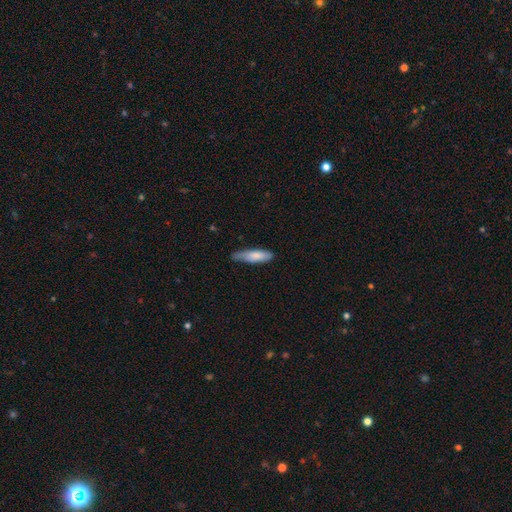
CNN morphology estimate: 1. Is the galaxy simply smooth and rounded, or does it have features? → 79% smooth, 16% featured or disk, 6% star or artifact.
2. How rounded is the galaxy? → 58% cigar-shaped, 40% in between, 2% round.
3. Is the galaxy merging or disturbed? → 57% none, 35% minor disturbance, 6% major disturbance, 2% merger.